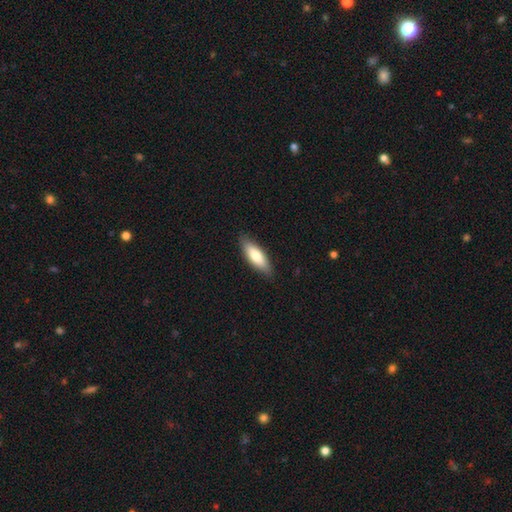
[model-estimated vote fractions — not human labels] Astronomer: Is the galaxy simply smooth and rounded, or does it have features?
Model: smooth — 75%.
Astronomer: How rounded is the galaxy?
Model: in between — 58% (runner-up: cigar-shaped, 40%).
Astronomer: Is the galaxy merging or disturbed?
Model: none — 87%.